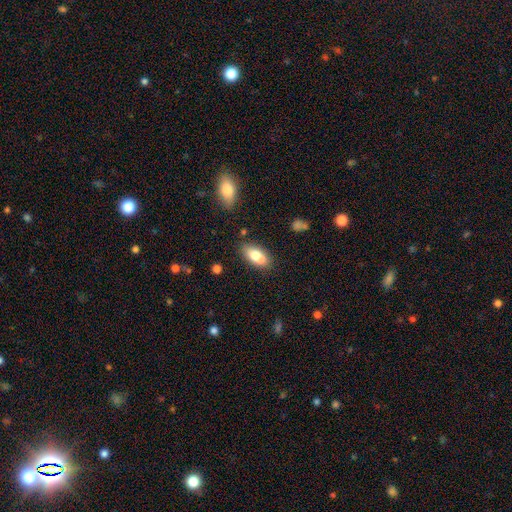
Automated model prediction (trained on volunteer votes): This appears to be a smooth galaxy with no disk features (75%) that is in between round and cigar-shaped (85%). Merging: none (64%).